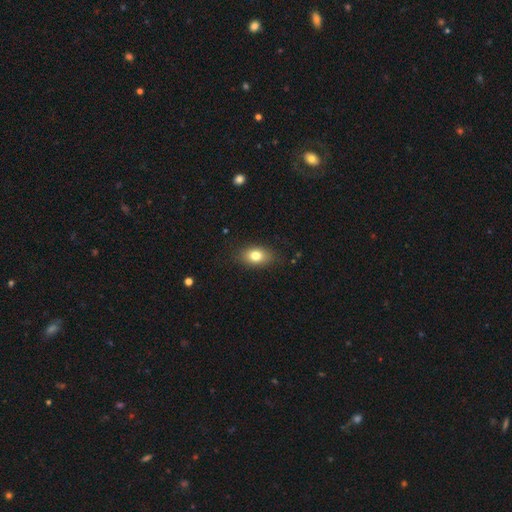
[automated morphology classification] A smooth galaxy with no disk features (79%) that is in between round and cigar-shaped (81%).

Vote fractions:
- Smooth or featured? smooth: 79% / featured or disk: 11% / star or artifact: 9%
- How rounded? in between: 81% / round: 17% / cigar-shaped: 2%
- Merging? none: 84% / minor disturbance: 12% / major disturbance: 3% / merger: 1%